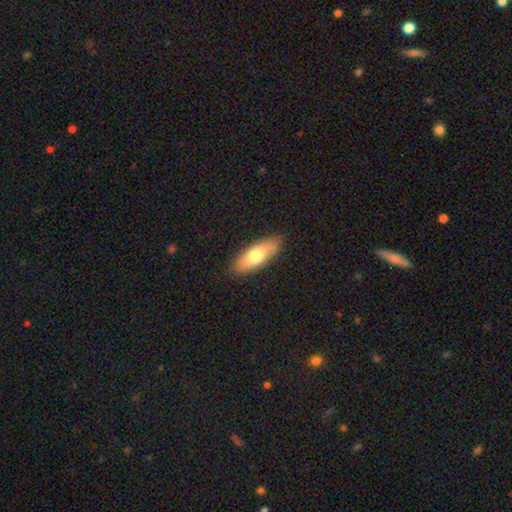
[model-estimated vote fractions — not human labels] Morphology: type=smooth (68%); roundness=in between (65%); merging=none (87%).